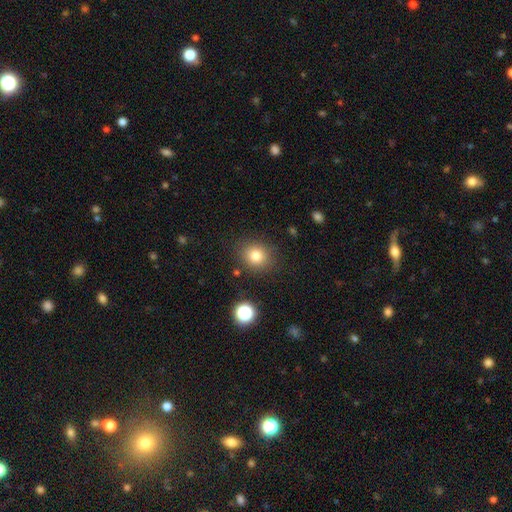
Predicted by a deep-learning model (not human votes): A smooth galaxy with no disk features (80%) that is round (78%).

Vote fractions:
- Smooth or featured? smooth: 80% / star or artifact: 13% / featured or disk: 8%
- How rounded? round: 78% / in between: 21% / cigar-shaped: 1%
- Merging? none: 85% / minor disturbance: 9% / major disturbance: 3% / merger: 3%